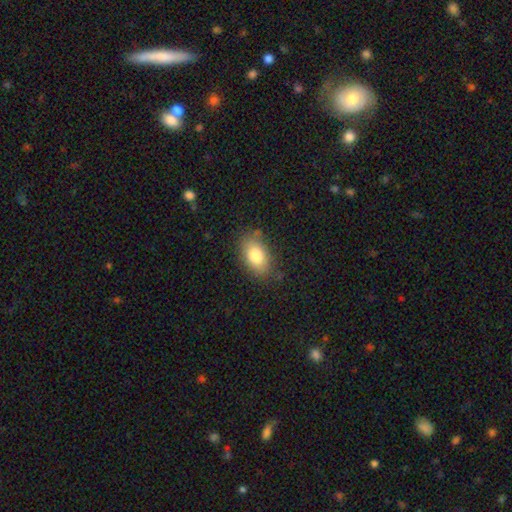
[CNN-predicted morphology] Overall: smooth (81%). How rounded: in between (89%). Merging: none (79%).